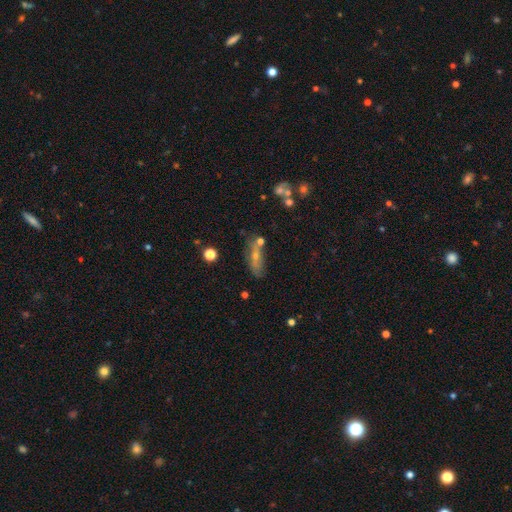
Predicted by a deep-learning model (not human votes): Smooth or featured? Predicted: smooth (p=0.52). How rounded? Predicted: in between (p=0.53). Merging? Predicted: none (p=0.50).